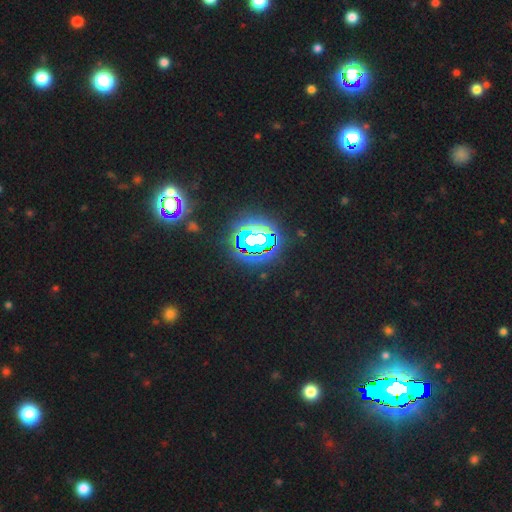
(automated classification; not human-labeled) Smooth or featured: star or artifact — 83% (smooth — 11%)